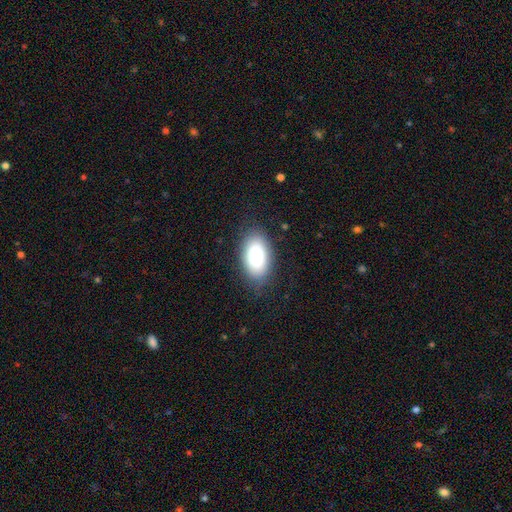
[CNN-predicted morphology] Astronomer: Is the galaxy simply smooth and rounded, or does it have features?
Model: smooth — 87%.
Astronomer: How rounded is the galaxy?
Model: in between — 94%.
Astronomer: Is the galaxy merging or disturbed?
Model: none — 83%.